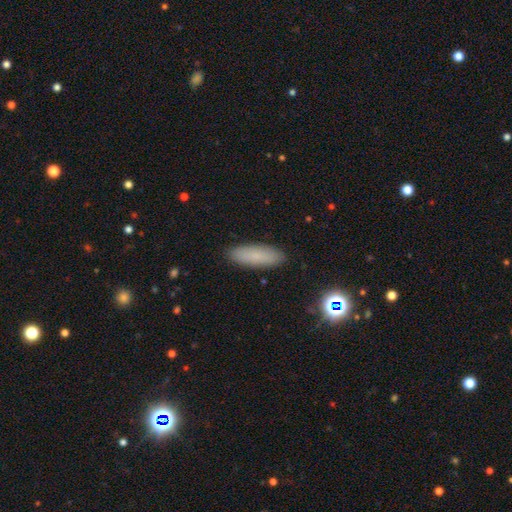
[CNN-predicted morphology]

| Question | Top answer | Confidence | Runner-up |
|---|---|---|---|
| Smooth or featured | smooth | 80% | featured or disk (10%) |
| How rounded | cigar-shaped | 55% | in between (43%) |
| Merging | none | 90% | minor disturbance (7%) |